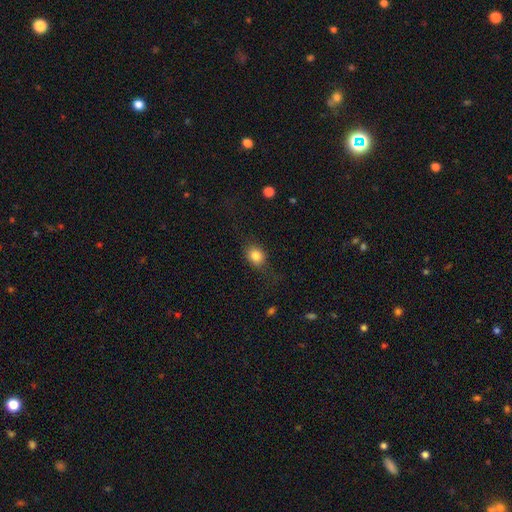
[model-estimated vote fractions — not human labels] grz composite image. It shows a smooth galaxy with no disk features (81%) that is round (56%). Merging: none (70%).